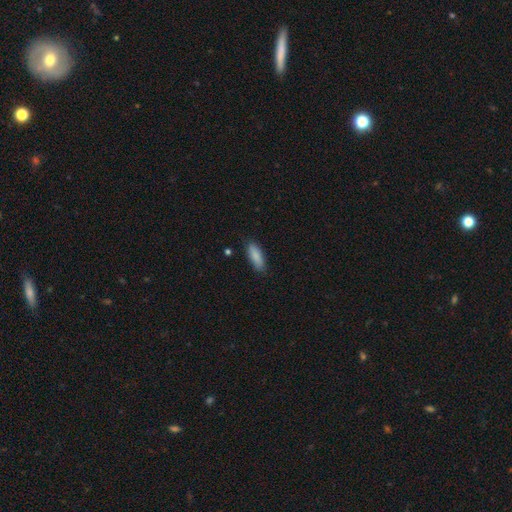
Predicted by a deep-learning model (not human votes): Smooth or featured? Predicted: smooth (p=0.87). How rounded? Predicted: in between (p=0.60). Merging? Predicted: none (p=0.84).